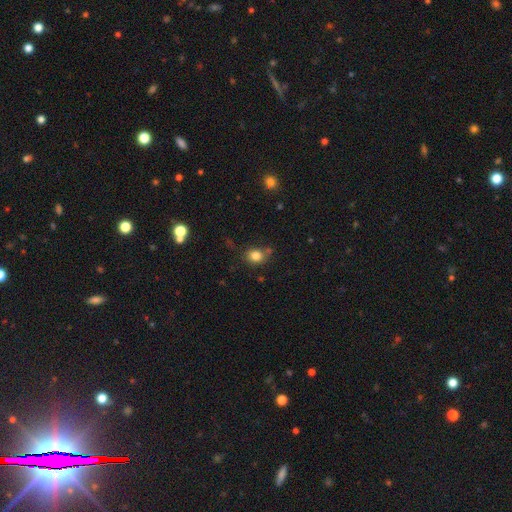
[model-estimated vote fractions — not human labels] smooth 81%, star or artifact 12%, featured or disk 7%. Down the decision tree: how rounded — round (66%); merging — none (69%).